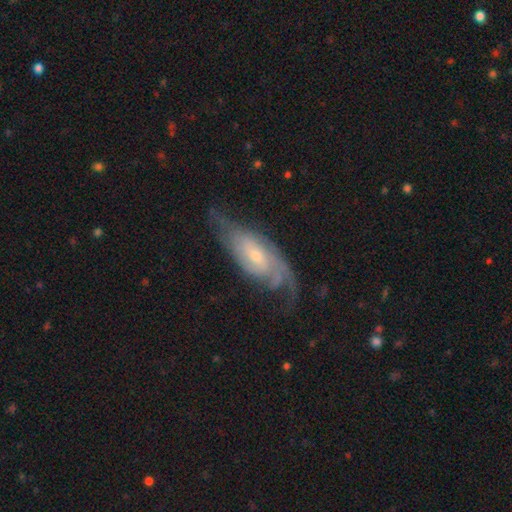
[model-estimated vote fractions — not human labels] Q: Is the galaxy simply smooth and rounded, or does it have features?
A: featured or disk — 81%.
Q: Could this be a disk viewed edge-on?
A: no — 89%.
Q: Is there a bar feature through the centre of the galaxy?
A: no — 56%.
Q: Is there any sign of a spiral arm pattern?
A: yes — 94%.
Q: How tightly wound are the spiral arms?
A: medium — 41%.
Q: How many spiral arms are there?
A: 2 — 48%.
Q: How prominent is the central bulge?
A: small — 60%.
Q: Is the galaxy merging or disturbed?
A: none — 62%.